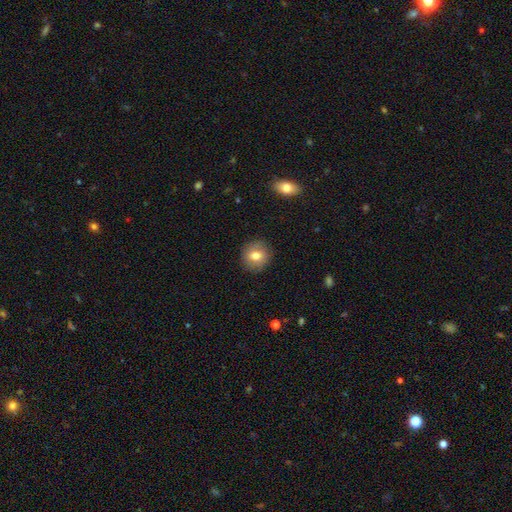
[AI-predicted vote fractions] Smooth or featured? smooth (77%)
How rounded? round (86%)
Merging? none (89%)